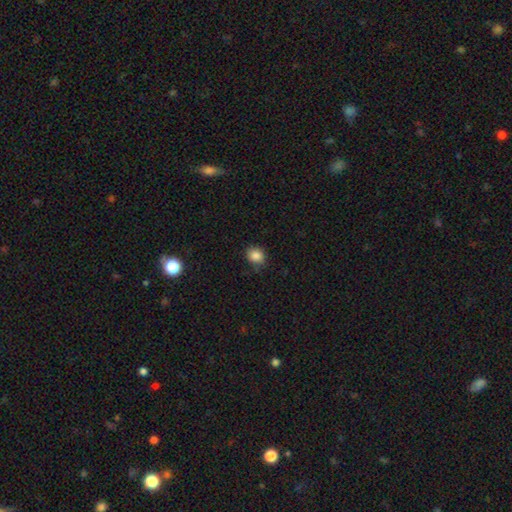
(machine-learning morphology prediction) A smooth galaxy with no disk features (85%) that is round (66%).

Vote fractions:
- Smooth or featured? smooth: 85% / star or artifact: 10% / featured or disk: 4%
- How rounded? round: 66% / in between: 33% / cigar-shaped: 1%
- Merging? none: 82% / minor disturbance: 14% / major disturbance: 3% / merger: 1%